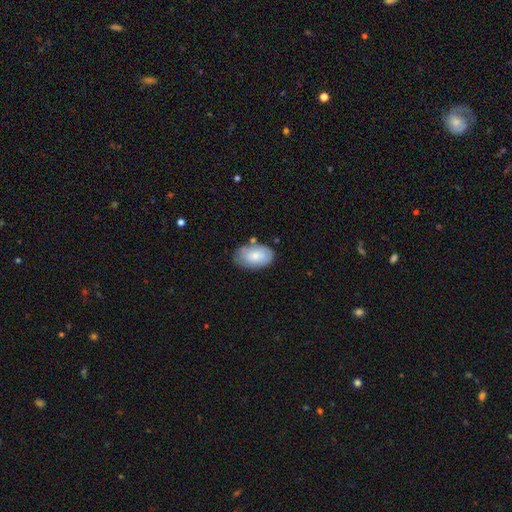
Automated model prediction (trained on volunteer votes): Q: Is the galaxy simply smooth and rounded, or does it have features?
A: smooth — 74%.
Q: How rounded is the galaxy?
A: in between — 93%.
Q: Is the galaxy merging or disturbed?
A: none — 72%.